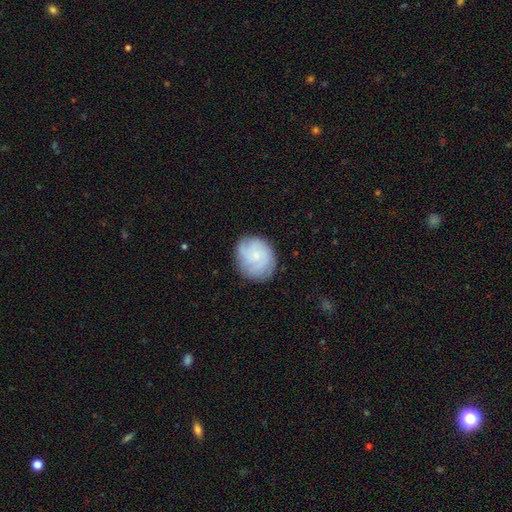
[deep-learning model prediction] A featured or disk galaxy (50%). Merging: none (78%).